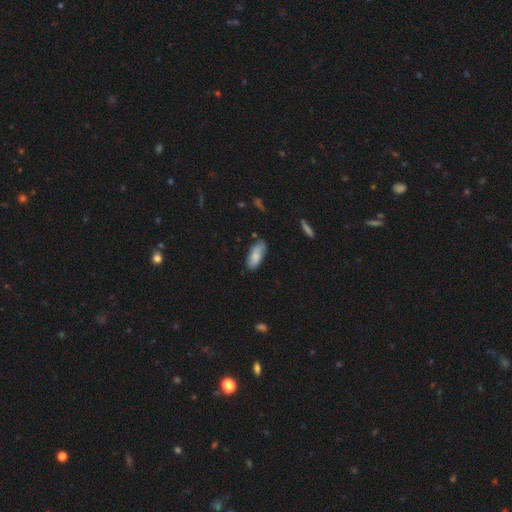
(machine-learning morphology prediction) Smooth or featured?
  - smooth: 84% *
  - featured or disk: 10%
  - star or artifact: 6%
How rounded?
  - in between: 81% *
  - cigar-shaped: 18%
  - round: 2%
Merging?
  - none: 75% *
  - minor disturbance: 20%
  - major disturbance: 3%
  - merger: 2%